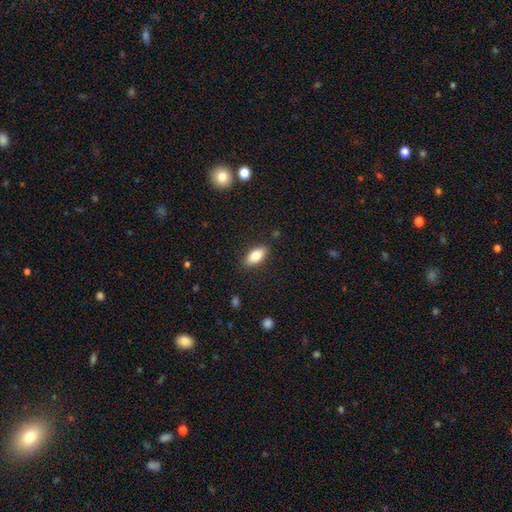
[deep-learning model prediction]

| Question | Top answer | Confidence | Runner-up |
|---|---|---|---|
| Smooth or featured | smooth | 78% | featured or disk (14%) |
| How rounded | in between | 86% | cigar-shaped (10%) |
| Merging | none | 87% | minor disturbance (10%) |